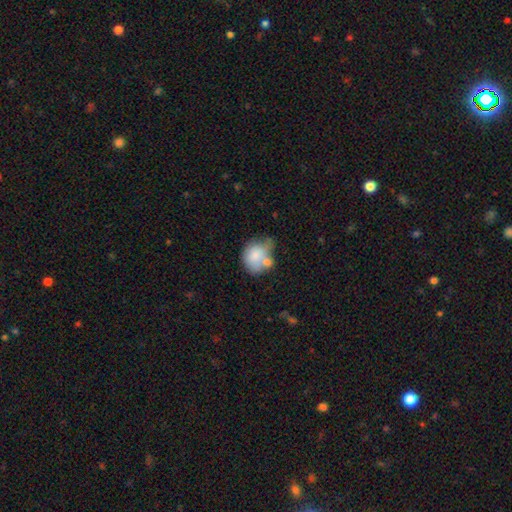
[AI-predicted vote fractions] A smooth galaxy with no disk features (74%) that is round (57%).

Vote fractions:
- Smooth or featured? smooth: 74% / featured or disk: 18% / star or artifact: 8%
- How rounded? round: 57% / in between: 43% / cigar-shaped: 1%
- Merging? merger: 33% / none: 29% / minor disturbance: 25% / major disturbance: 13%